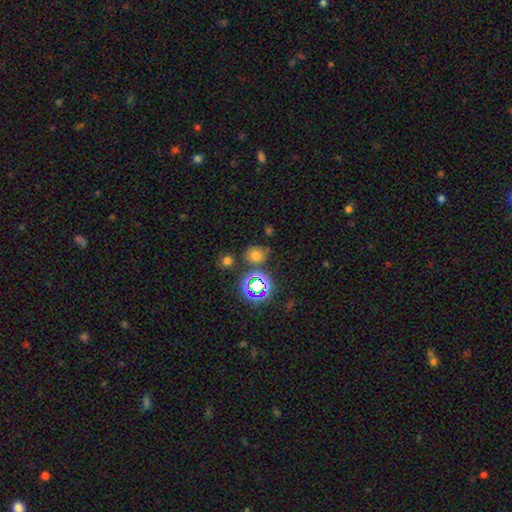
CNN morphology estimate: smooth 64%, star or artifact 28%, featured or disk 8%. Down the decision tree: how rounded — round (72%); merging — none (73%).